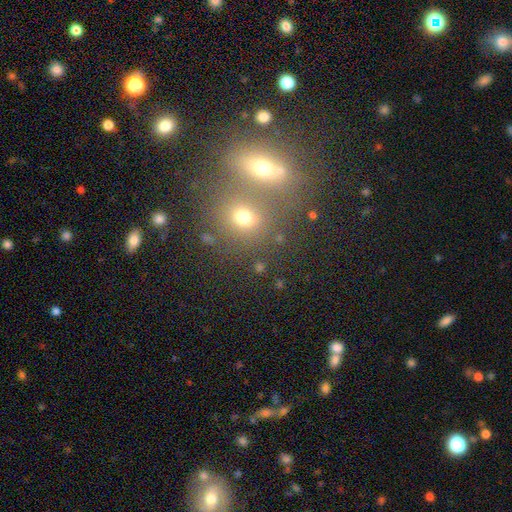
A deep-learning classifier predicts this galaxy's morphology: Overall: smooth (51%; star or artifact 27%). How rounded: round (55%; in between 38%). Merging: merger (50%; none 40%).